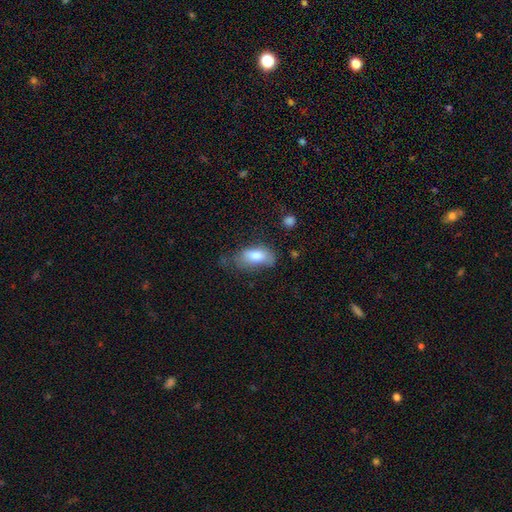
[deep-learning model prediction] smooth_or_featured: smooth (p=0.78) [alt: featured or disk p=0.15]
how_rounded: in between (p=0.89) [alt: cigar-shaped p=0.08]
merging: none (p=0.43) [alt: minor disturbance p=0.35]